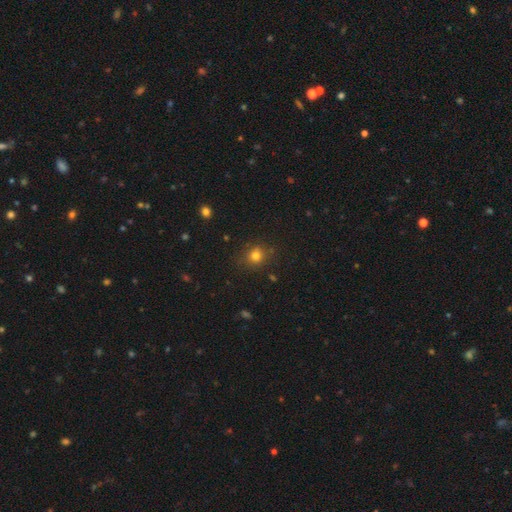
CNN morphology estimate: Smooth or featured: smooth — 77% (star or artifact — 16%)
How rounded: round — 83% (in between — 16%)
Merging: none — 84% (minor disturbance — 11%)